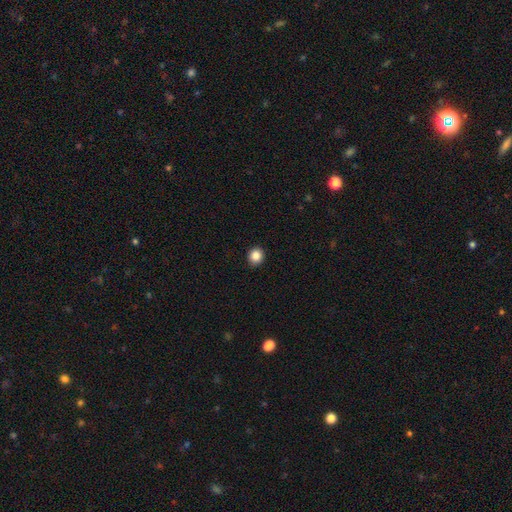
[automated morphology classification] smooth 86%, star or artifact 10%, featured or disk 4%. Down the decision tree: how rounded — round (83%); merging — none (92%).